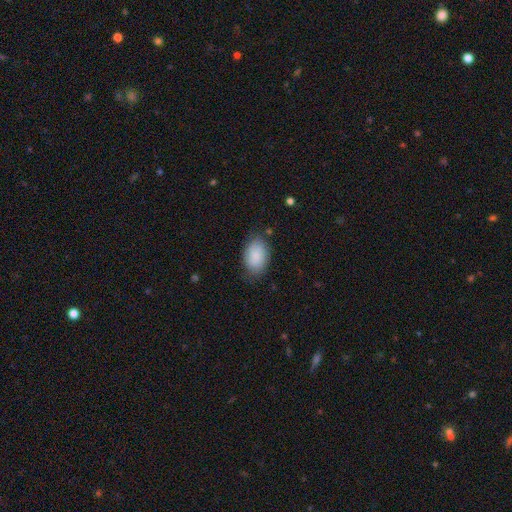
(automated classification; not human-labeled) Smooth or featured? smooth (87%)
How rounded? in between (89%)
Merging? none (75%)